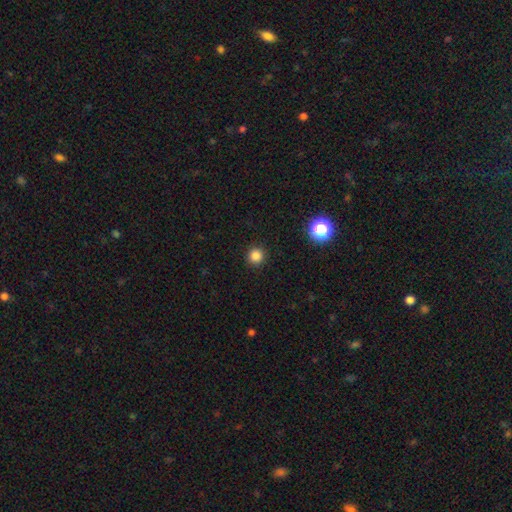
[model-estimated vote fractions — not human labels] Morphology: type=smooth (83%); roundness=round (95%); merging=none (92%).